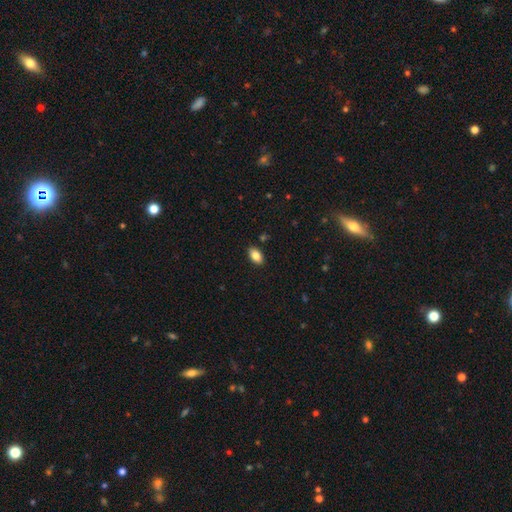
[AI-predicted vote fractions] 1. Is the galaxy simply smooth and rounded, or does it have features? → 84% smooth, 8% star or artifact, 8% featured or disk.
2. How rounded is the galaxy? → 92% in between, 6% round, 2% cigar-shaped.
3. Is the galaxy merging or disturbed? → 88% none, 9% minor disturbance, 2% major disturbance, 1% merger.